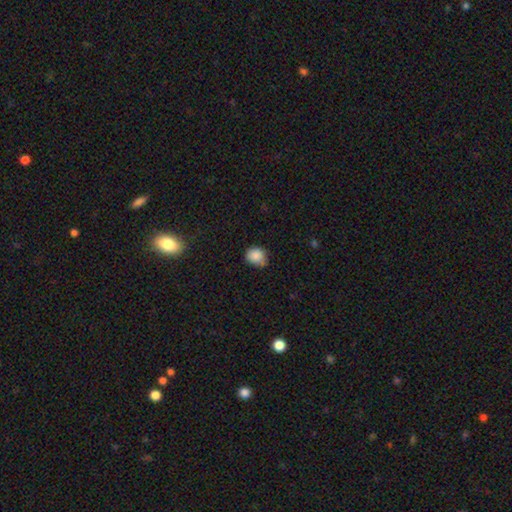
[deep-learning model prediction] Overall: smooth (85%). How rounded: round (70%). Merging: none (61%; minor disturbance 29%).